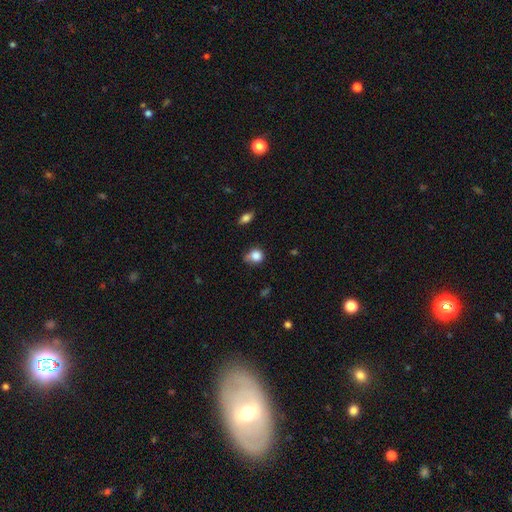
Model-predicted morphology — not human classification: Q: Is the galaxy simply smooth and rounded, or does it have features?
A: smooth — 83%.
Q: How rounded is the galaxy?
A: round — 70%.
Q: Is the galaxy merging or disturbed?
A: none — 48%.